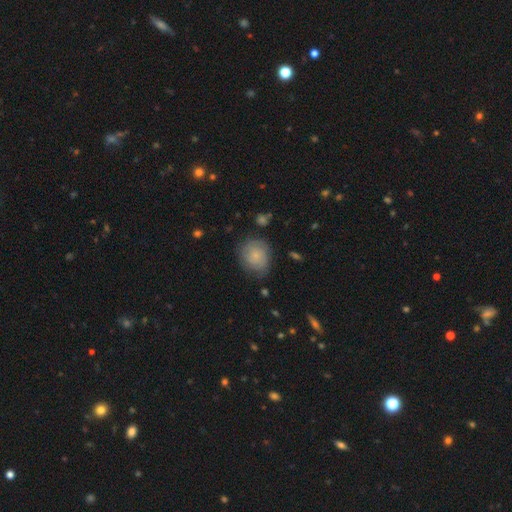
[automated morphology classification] Smooth or featured? Predicted: smooth (p=0.51). How rounded? Predicted: round (p=0.68). Merging? Predicted: none (p=0.67).